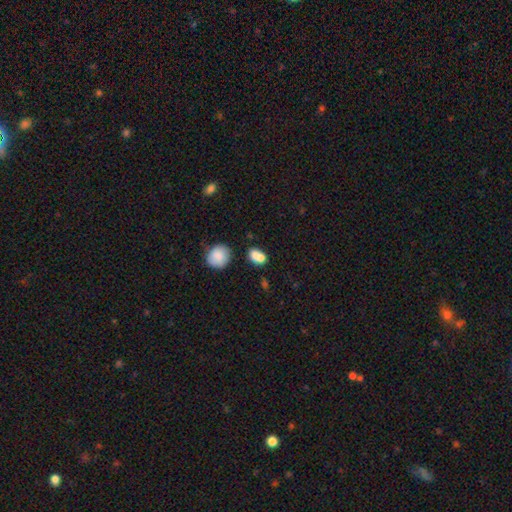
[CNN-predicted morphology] smooth_or_featured: smooth (p=0.79) [alt: featured or disk p=0.11]
how_rounded: in between (p=0.68) [alt: round p=0.30]
merging: merger (p=0.41) [alt: none p=0.39]